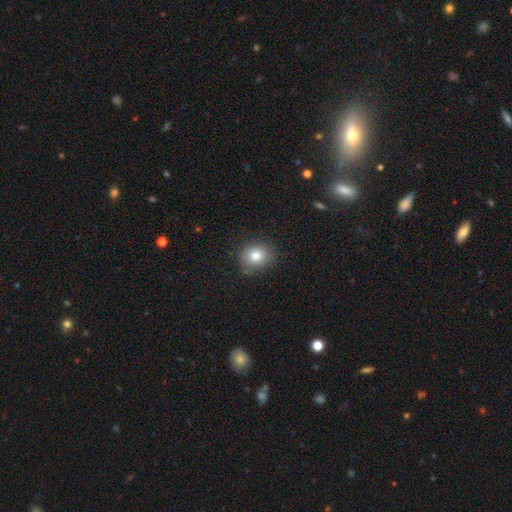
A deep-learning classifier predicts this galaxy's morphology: Smooth or featured: smooth — 81% (star or artifact — 11%)
How rounded: round — 74% (in between — 25%)
Merging: none — 82% (minor disturbance — 13%)